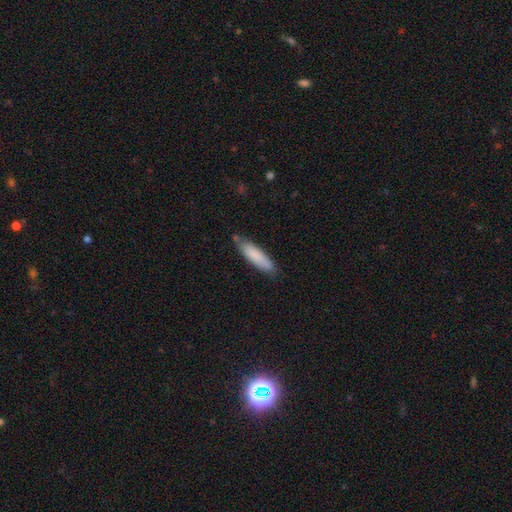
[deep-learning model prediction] A smooth galaxy with no disk features (83%) that is cigar-shaped (70%). Merging: none (74%).